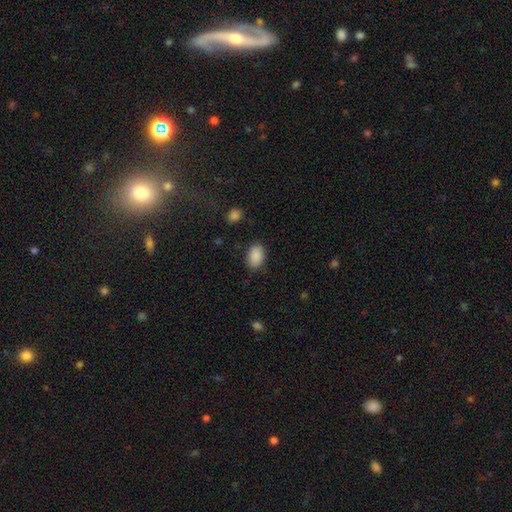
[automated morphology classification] smooth_or_featured: smooth (p=0.90) [alt: star or artifact p=0.07]
how_rounded: in between (p=0.87) [alt: round p=0.12]
merging: none (p=0.85) [alt: minor disturbance p=0.11]